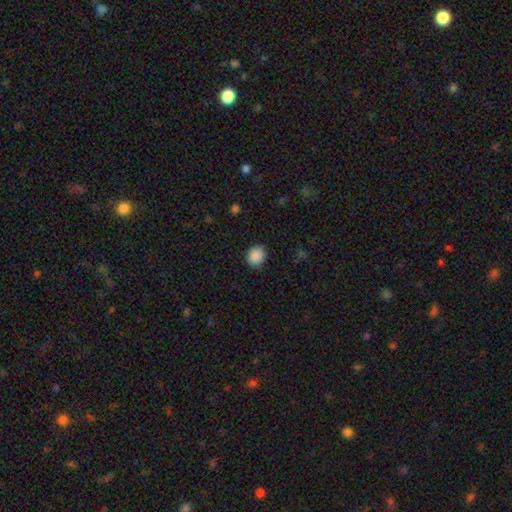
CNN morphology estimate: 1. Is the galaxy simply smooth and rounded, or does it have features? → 89% smooth, 9% star or artifact, 3% featured or disk.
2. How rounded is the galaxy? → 77% round, 22% in between, 1% cigar-shaped.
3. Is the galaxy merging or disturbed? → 87% none, 9% minor disturbance, 2% major disturbance, 1% merger.